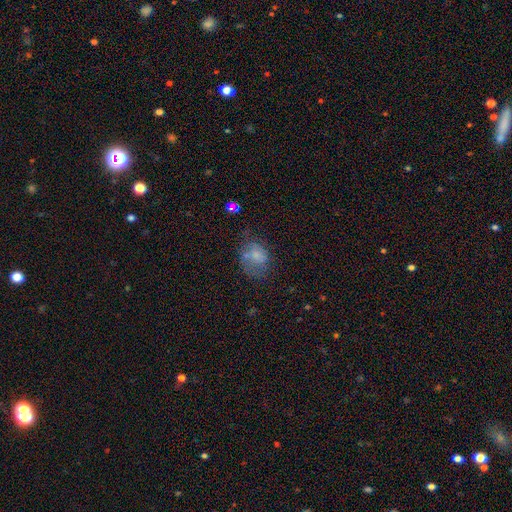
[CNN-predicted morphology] Smooth or featured? Predicted: smooth (p=0.68). How rounded? Predicted: in between (p=0.55). Merging? Predicted: none (p=0.42).